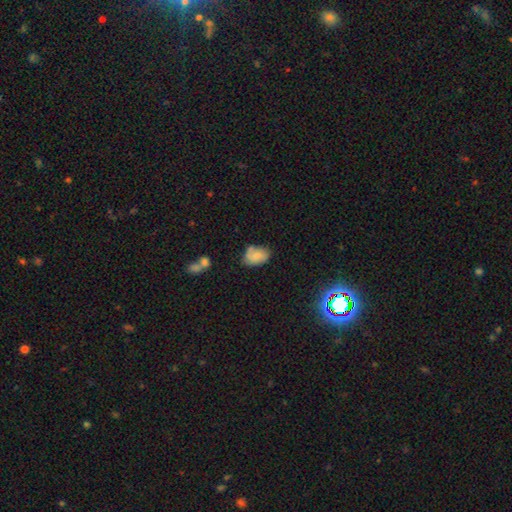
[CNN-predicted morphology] Overall: smooth (69%). How rounded: in between (84%). Merging: none (52%; minor disturbance 31%).